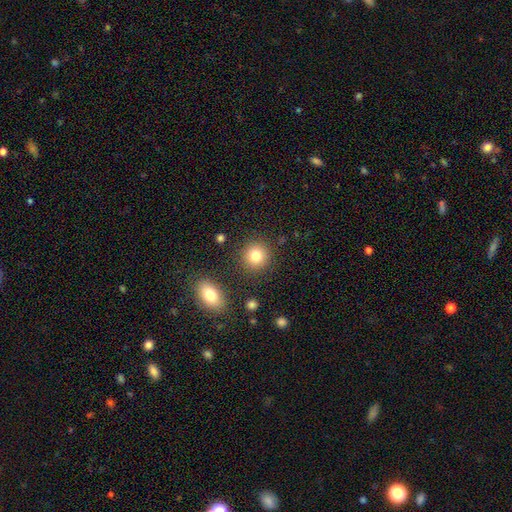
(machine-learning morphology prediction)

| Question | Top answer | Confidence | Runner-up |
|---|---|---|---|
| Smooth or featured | smooth | 81% | star or artifact (11%) |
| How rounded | round | 90% | in between (9%) |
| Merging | none | 87% | minor disturbance (7%) |